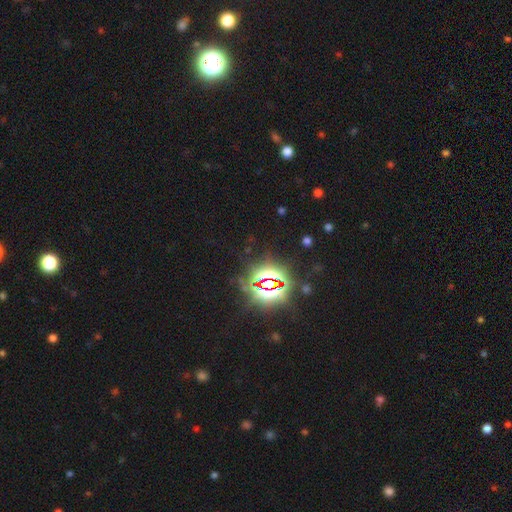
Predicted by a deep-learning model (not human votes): star or artifact 84%, smooth 10%, featured or disk 6%.